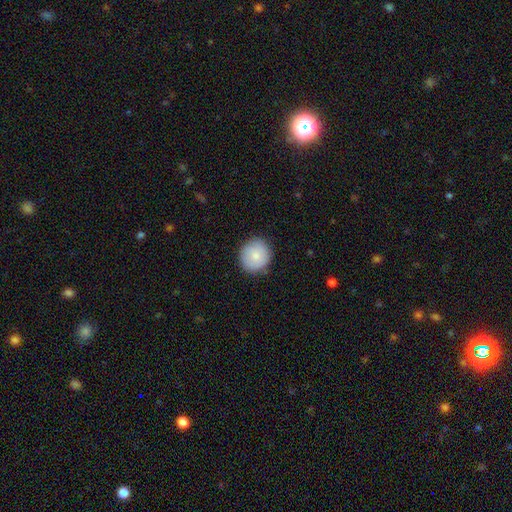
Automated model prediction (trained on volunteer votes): Smooth or featured: smooth — 82% (featured or disk — 11%)
How rounded: round — 89% (in between — 11%)
Merging: none — 86% (minor disturbance — 11%)